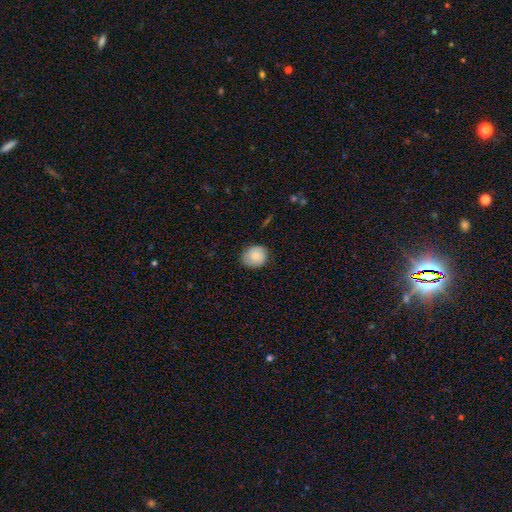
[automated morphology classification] Smooth or featured: smooth — 81% (featured or disk — 12%)
How rounded: round — 78% (in between — 21%)
Merging: none — 80% (minor disturbance — 16%)